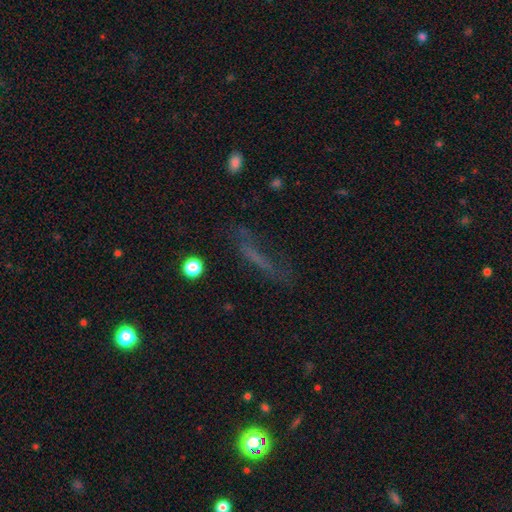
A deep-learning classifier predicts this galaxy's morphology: Q: Smooth or featured?
A: smooth (42%); runner-up: featured or disk (33%)
Q: Merging?
A: none (57%); runner-up: minor disturbance (21%)